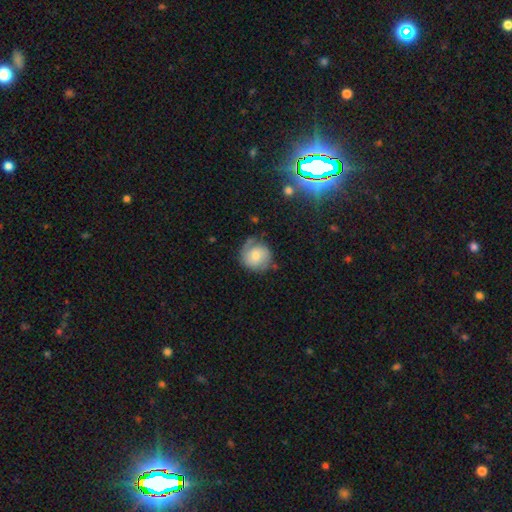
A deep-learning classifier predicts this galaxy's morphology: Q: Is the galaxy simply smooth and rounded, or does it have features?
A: smooth — 51%.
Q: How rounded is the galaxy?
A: round — 86%.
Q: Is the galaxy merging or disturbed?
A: none — 60%.